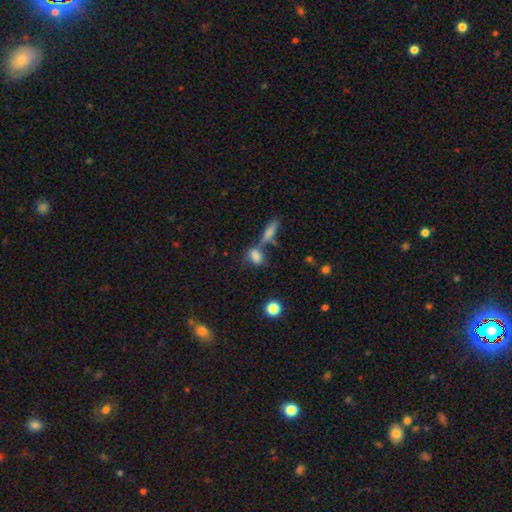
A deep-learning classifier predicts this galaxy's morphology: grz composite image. It shows a smooth galaxy with no disk features (75%) that is in between round and cigar-shaped (68%). Merging: none (41%).